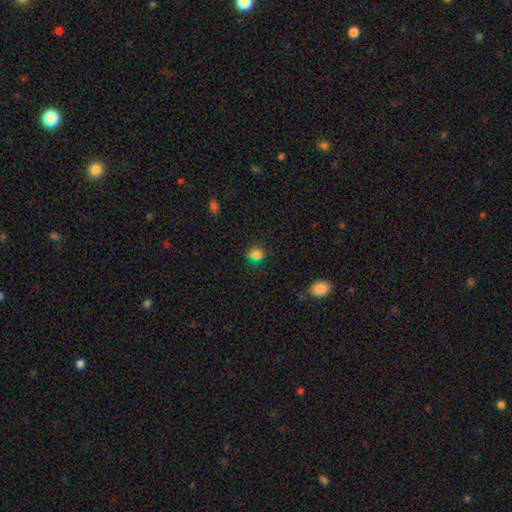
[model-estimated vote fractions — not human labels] smooth-or-featured: smooth: 74% | star or artifact: 20% | featured or disk: 6%
  how-rounded: round: 57% | in between: 41% | cigar-shaped: 2%
  merging: none: 77% | minor disturbance: 14% | merger: 5% | major disturbance: 4%